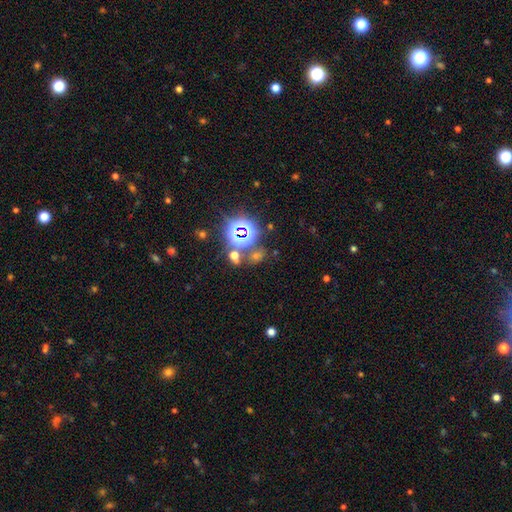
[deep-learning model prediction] Smooth or featured?
  - star or artifact: 65% *
  - smooth: 26%
  - featured or disk: 9%